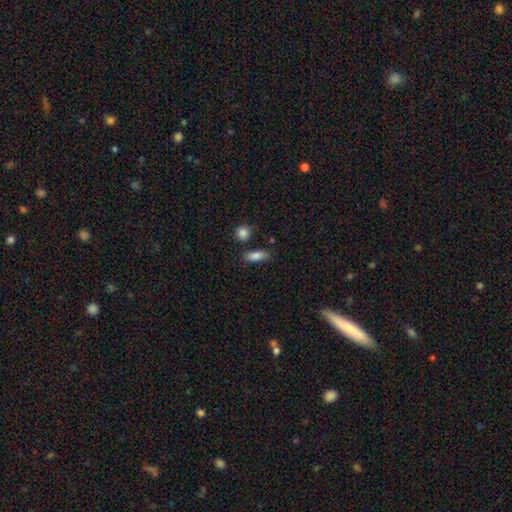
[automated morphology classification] Smooth or featured? smooth (84%)
How rounded? in between (75%)
Merging? none (76%)